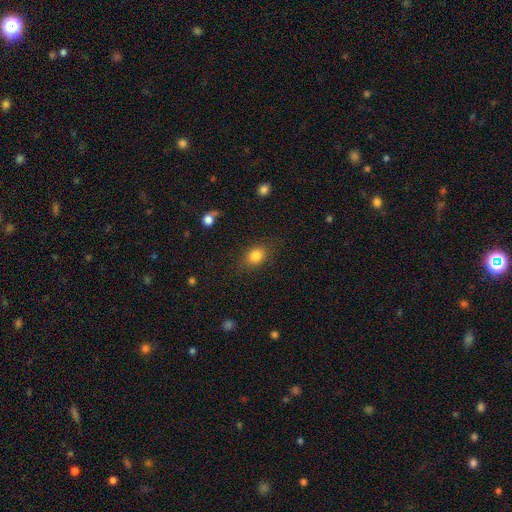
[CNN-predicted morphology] smooth_or_featured: smooth (p=0.82) [alt: star or artifact p=0.10]
how_rounded: in between (p=0.63) [alt: round p=0.35]
merging: none (p=0.80) [alt: minor disturbance p=0.13]